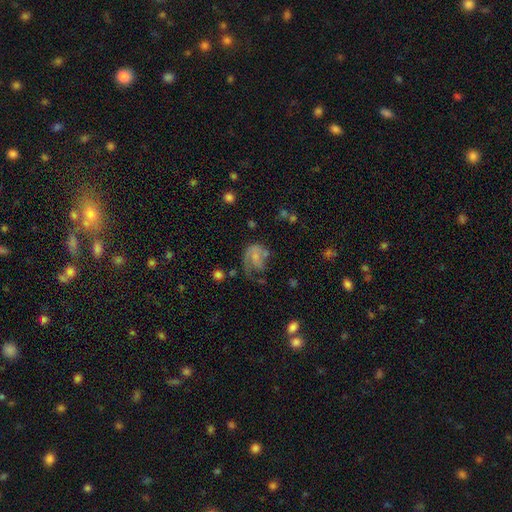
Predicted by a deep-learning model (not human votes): Q: Smooth or featured?
A: featured or disk (56%); runner-up: smooth (34%)
Q: Edge-on disk?
A: no (98%); runner-up: yes (2%)
Q: Bar?
A: no (58%); runner-up: weak (34%)
Q: Spiral arms?
A: yes (76%); runner-up: no (24%)
Q: Bulge size?
A: small (38%); runner-up: none (33%)
Q: Merging?
A: major disturbance (41%); runner-up: none (31%)